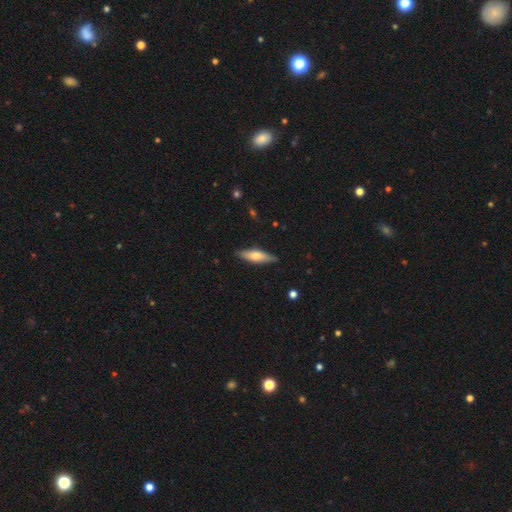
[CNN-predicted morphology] Overall: smooth (54%; featured or disk 41%). How rounded: cigar-shaped (62%; in between 35%). Merging: none (86%).